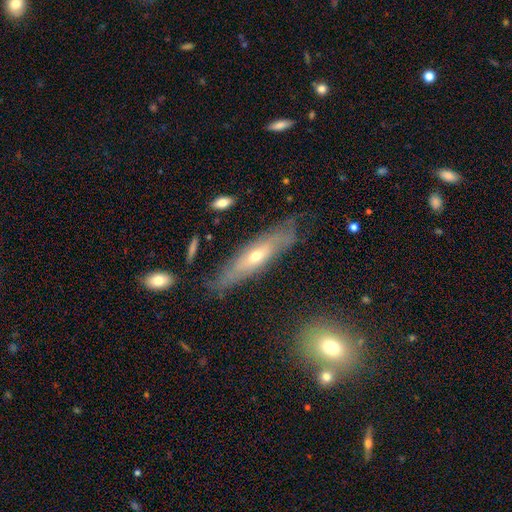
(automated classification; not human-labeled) Q: Smooth or featured?
A: featured or disk (60%); runner-up: smooth (32%)
Q: Edge-on disk?
A: yes (55%); runner-up: no (45%)
Q: Merging?
A: none (71%); runner-up: minor disturbance (19%)